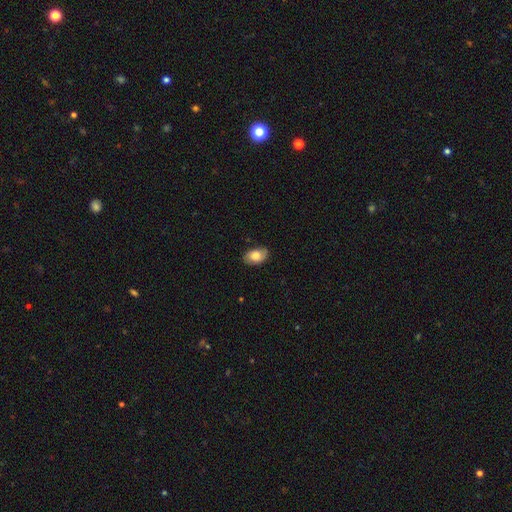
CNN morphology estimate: Q: Smooth or featured?
A: smooth (73%); runner-up: featured or disk (19%)
Q: How rounded?
A: in between (91%); runner-up: round (8%)
Q: Merging?
A: none (80%); runner-up: minor disturbance (16%)